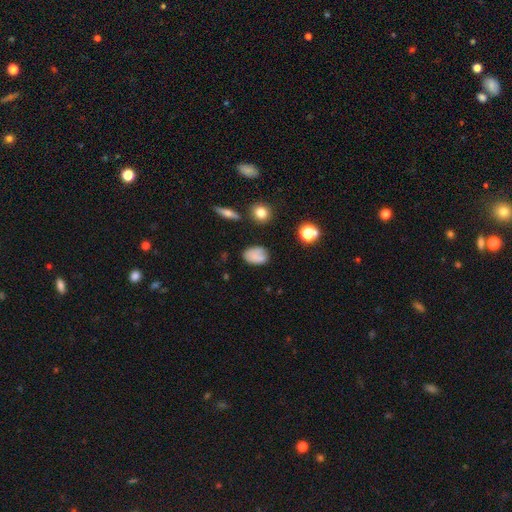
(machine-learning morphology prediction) Smooth or featured?
  - smooth: 76% *
  - featured or disk: 13%
  - star or artifact: 11%
How rounded?
  - in between: 83% *
  - round: 15%
  - cigar-shaped: 2%
Merging?
  - none: 67% *
  - minor disturbance: 22%
  - major disturbance: 6%
  - merger: 4%